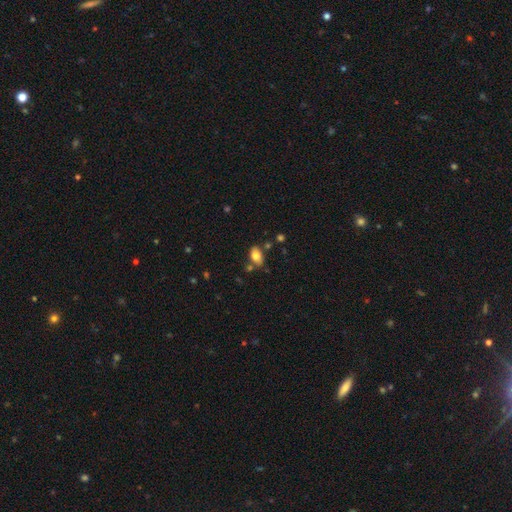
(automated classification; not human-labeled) This appears to be a smooth galaxy with no disk features (80%) that is in between round and cigar-shaped (90%). Merging: none (70%).